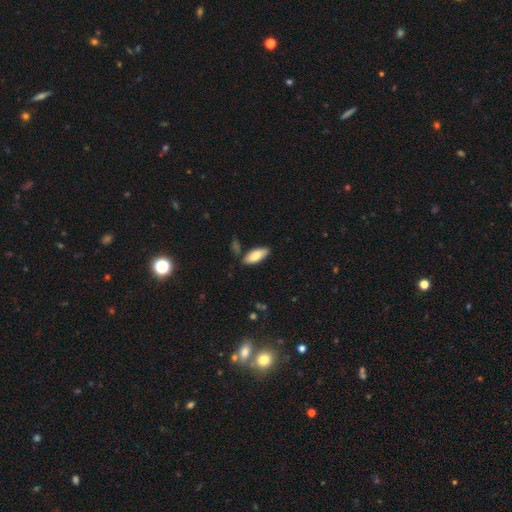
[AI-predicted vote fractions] smooth-or-featured: smooth: 83% | featured or disk: 11% | star or artifact: 6%
  how-rounded: in between: 76% | cigar-shaped: 22% | round: 2%
  merging: none: 79% | minor disturbance: 14% | merger: 4% | major disturbance: 3%